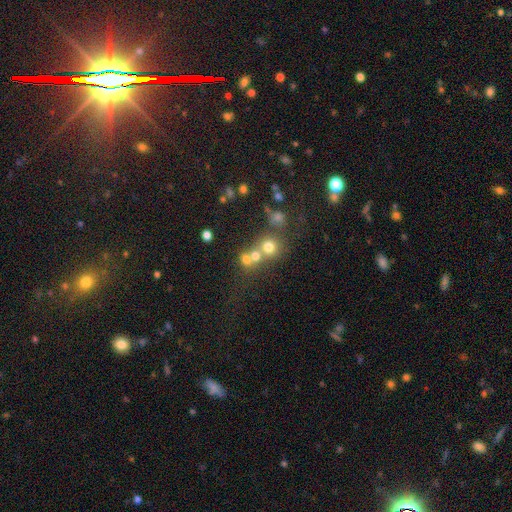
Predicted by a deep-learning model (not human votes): smooth_or_featured: smooth (p=0.59) [alt: star or artifact p=0.25]
how_rounded: round (p=0.84) [alt: in between p=0.14]
merging: none (p=0.46) [alt: merger p=0.41]